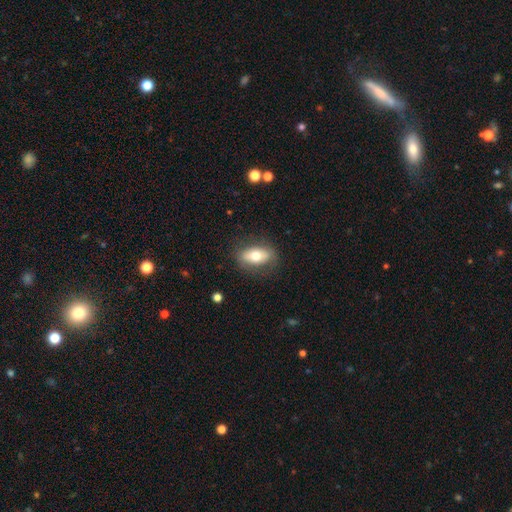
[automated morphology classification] This appears to be a smooth galaxy with no disk features (64%) that is in between round and cigar-shaped (84%). Merging: none (80%).